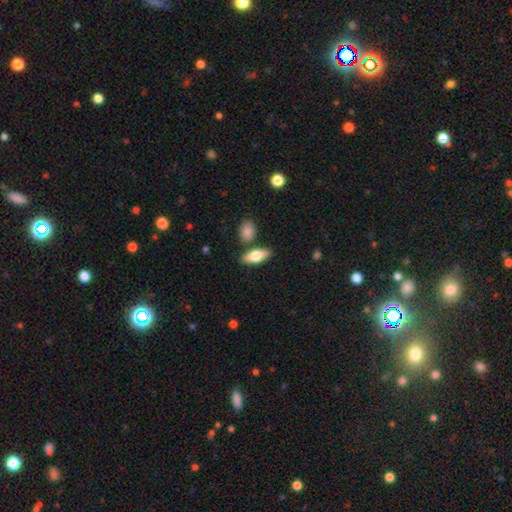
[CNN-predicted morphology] smooth-or-featured: smooth: 73% | featured or disk: 21% | star or artifact: 6%
  how-rounded: in between: 77% | cigar-shaped: 20% | round: 3%
  merging: none: 78% | minor disturbance: 11% | merger: 8% | major disturbance: 3%